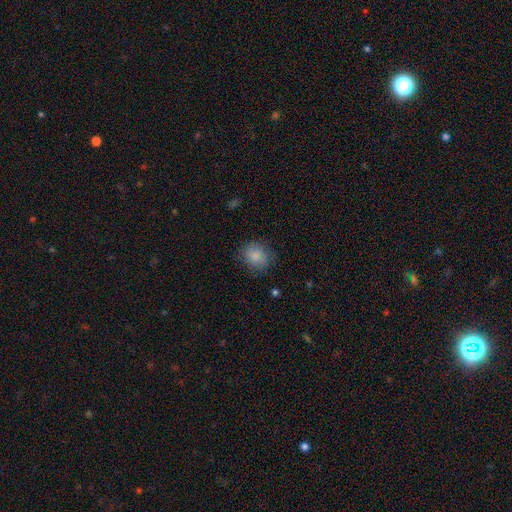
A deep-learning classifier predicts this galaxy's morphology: A smooth galaxy with no disk features (85%) that is round (68%). Merging: none (78%).